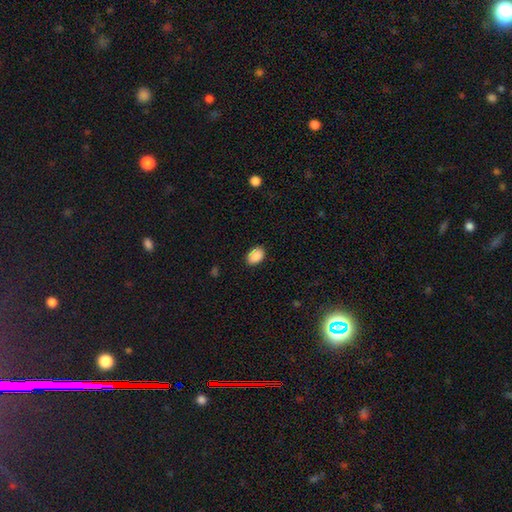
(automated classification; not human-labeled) This is clearly a smooth galaxy (90%). How rounded: clearly in between (84%). Merging: clearly none (87%).